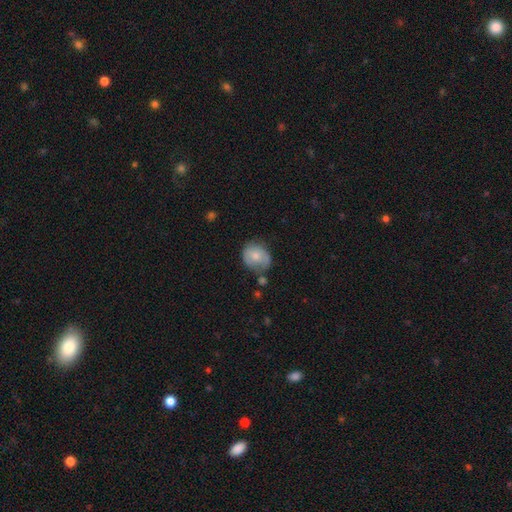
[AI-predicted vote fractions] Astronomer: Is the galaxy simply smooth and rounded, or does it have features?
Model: smooth — 64%.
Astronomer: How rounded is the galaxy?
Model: round — 62%.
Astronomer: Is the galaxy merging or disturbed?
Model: none — 49% (runner-up: minor disturbance, 31%).